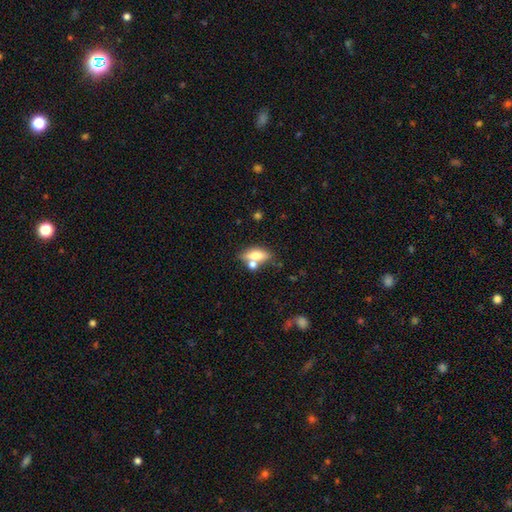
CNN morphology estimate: This appears to be a smooth galaxy with no disk features (59%) that is in between round and cigar-shaped (66%). Merging: none (51%).